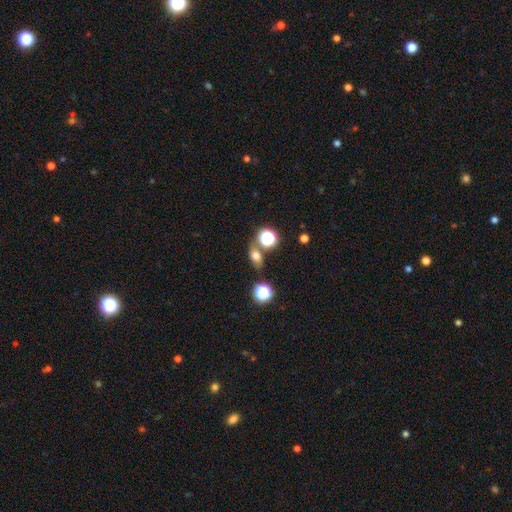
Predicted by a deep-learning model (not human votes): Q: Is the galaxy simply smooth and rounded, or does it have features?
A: smooth — 65%.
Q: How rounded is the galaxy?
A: in between — 63%.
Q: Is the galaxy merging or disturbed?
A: none — 71%.